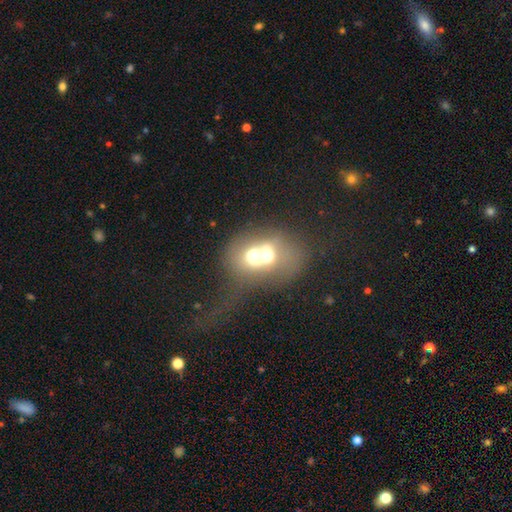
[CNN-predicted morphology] Smooth or featured? smooth (50%)
Merging? merger (72%)